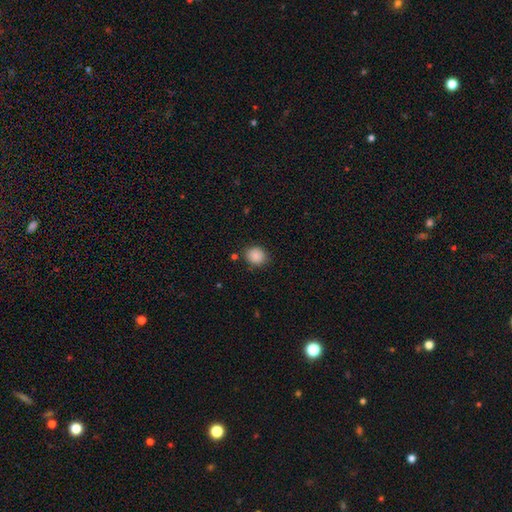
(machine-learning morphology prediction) Smooth or featured: smooth — 87% (star or artifact — 9%)
How rounded: round — 72% (in between — 27%)
Merging: none — 84% (minor disturbance — 11%)